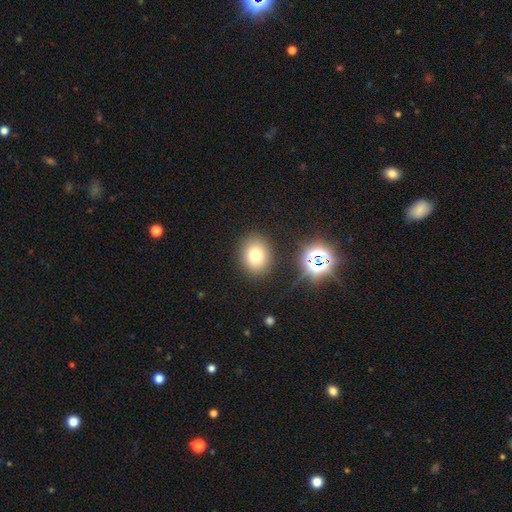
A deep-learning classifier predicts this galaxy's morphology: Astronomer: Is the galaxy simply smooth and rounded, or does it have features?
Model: smooth — 75%.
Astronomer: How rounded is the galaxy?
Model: round — 60% (runner-up: in between, 39%).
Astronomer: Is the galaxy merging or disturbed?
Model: none — 87%.